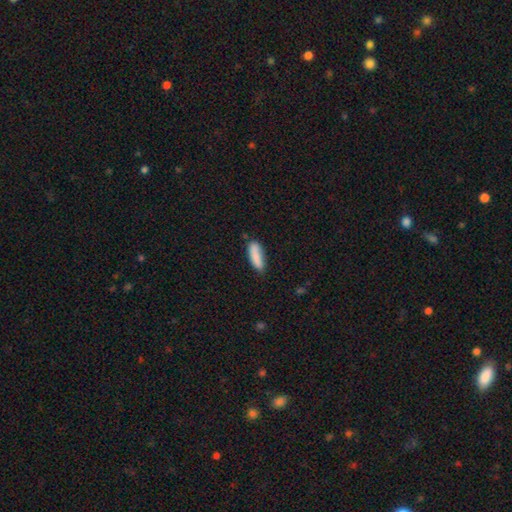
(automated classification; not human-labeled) This appears to be a smooth galaxy with no disk features (86%) that is cigar-shaped (52%). Merging: none (71%).